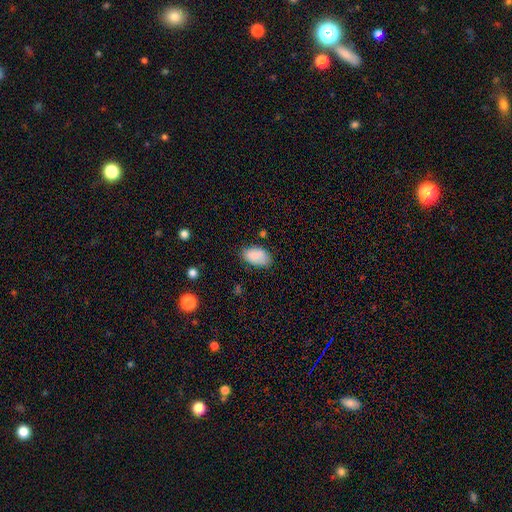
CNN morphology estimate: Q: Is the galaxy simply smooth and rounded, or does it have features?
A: smooth — 87%.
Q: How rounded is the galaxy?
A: in between — 93%.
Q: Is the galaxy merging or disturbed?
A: none — 74%.